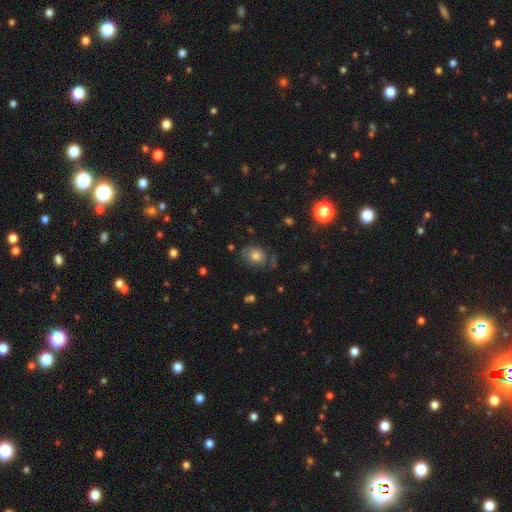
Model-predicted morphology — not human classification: smooth_or_featured: smooth (p=0.68) [alt: featured or disk p=0.19]
how_rounded: in between (p=0.53) [alt: round p=0.46]
merging: none (p=0.66) [alt: minor disturbance p=0.22]